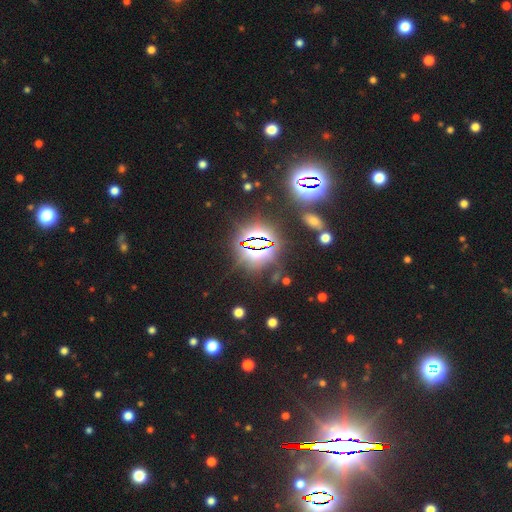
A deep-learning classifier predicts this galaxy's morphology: Smooth or featured?
  - star or artifact: 84% *
  - smooth: 9%
  - featured or disk: 7%